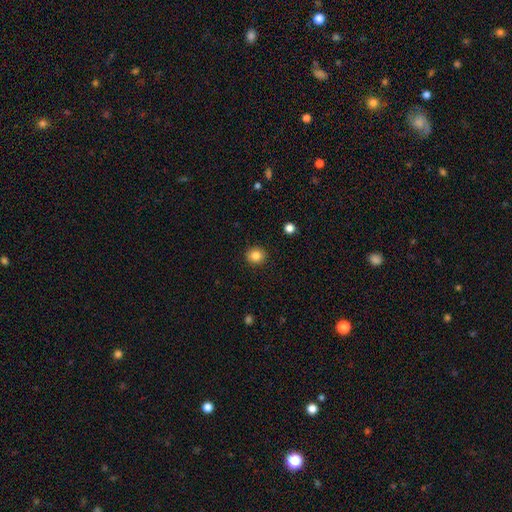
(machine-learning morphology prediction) The model was most divided on "how rounded": round: 85%, in between: 14%, cigar-shaped: 1%. More confident: merging — none (92%); smooth or featured — smooth (84%).